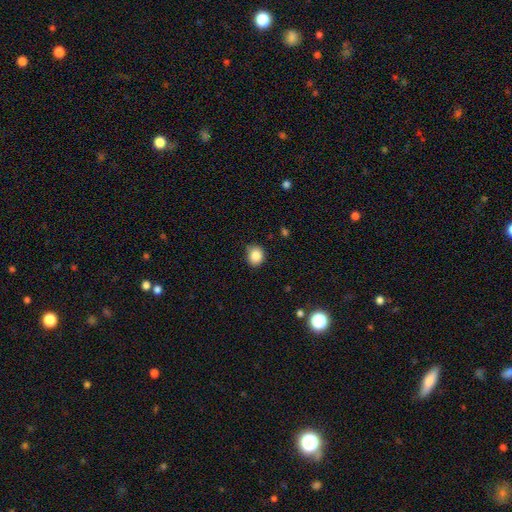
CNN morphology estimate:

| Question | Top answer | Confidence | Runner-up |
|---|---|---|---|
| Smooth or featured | smooth | 85% | star or artifact (10%) |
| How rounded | round | 73% | in between (26%) |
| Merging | none | 82% | minor disturbance (14%) |